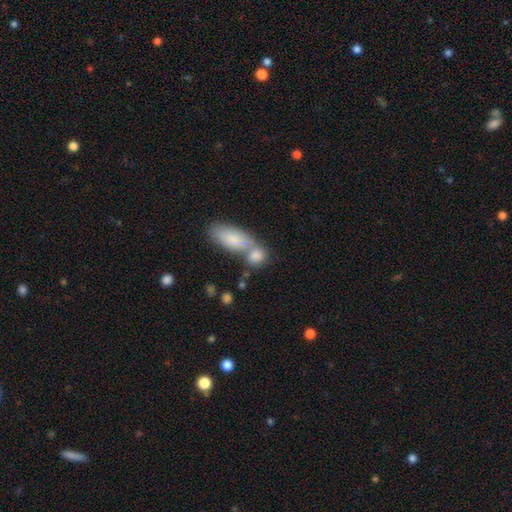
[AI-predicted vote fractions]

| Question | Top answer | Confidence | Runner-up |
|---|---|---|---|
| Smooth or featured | smooth | 84% | featured or disk (10%) |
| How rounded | in between | 62% | round (29%) |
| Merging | merger | 46% | none (39%) |